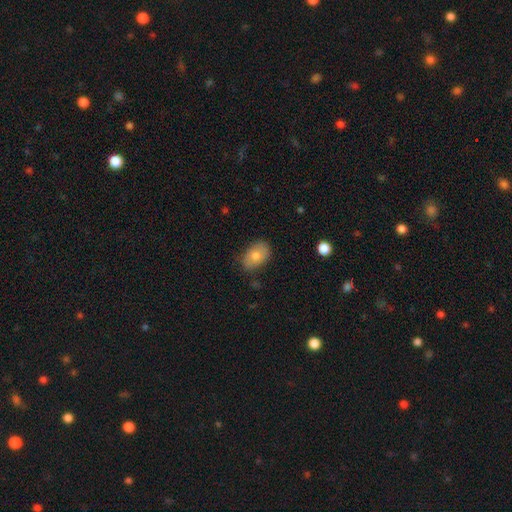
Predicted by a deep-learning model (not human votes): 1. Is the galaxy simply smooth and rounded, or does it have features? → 74% smooth, 18% featured or disk, 8% star or artifact.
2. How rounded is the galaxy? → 86% in between, 13% round, 1% cigar-shaped.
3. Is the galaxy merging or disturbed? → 78% none, 17% minor disturbance, 3% major disturbance, 1% merger.